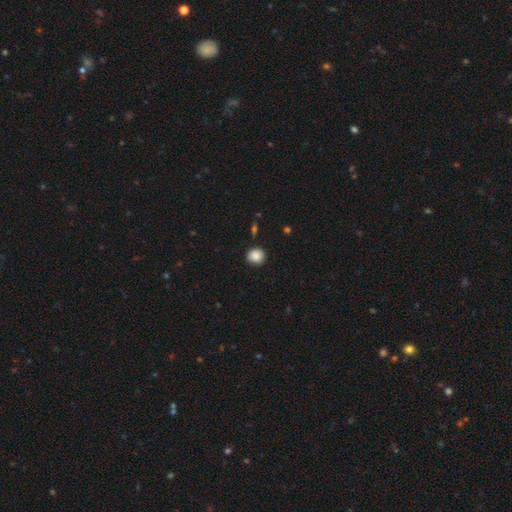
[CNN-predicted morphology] Q: Smooth or featured?
A: smooth (87%); runner-up: star or artifact (9%)
Q: How rounded?
A: round (84%); runner-up: in between (15%)
Q: Merging?
A: none (87%); runner-up: minor disturbance (9%)